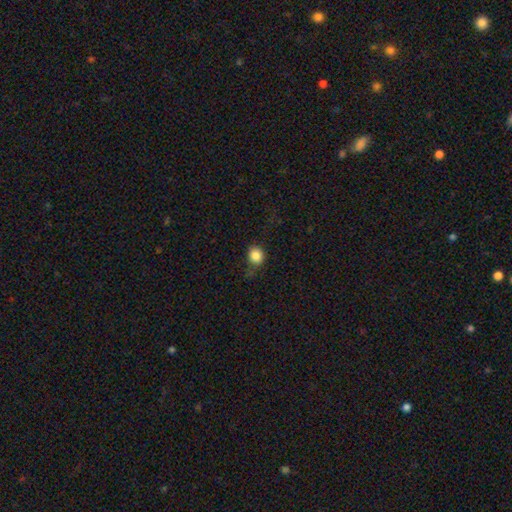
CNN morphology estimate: The model was most divided on "merging": none: 62%, minor disturbance: 26%, major disturbance: 10%, merger: 2%. More confident: smooth or featured — smooth (85%); how rounded — round (76%).